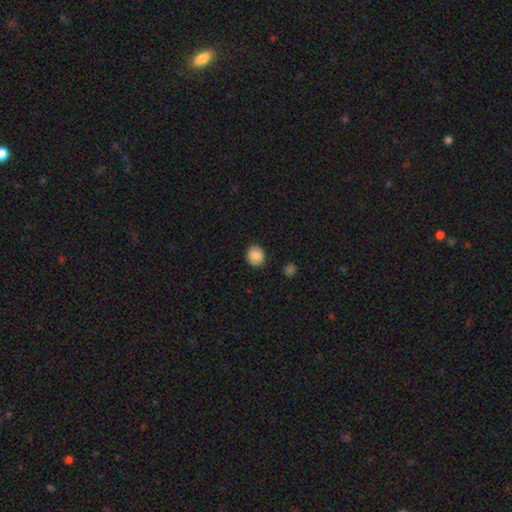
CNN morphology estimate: Overall: smooth (87%). How rounded: round (79%). Merging: none (87%).